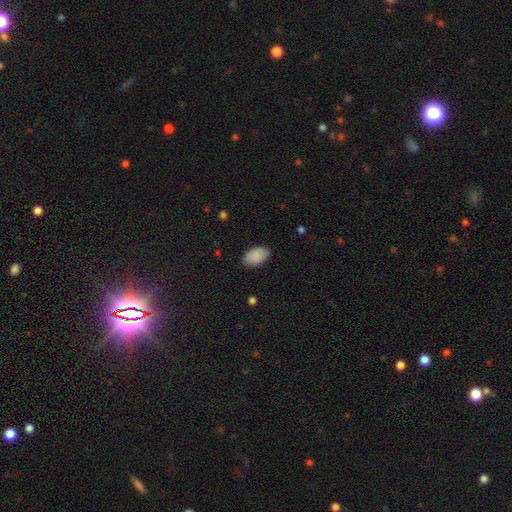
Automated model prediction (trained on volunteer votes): Smooth or featured?
  - smooth: 90% *
  - star or artifact: 7%
  - featured or disk: 4%
How rounded?
  - in between: 93% *
  - round: 6%
  - cigar-shaped: 1%
Merging?
  - none: 84% *
  - minor disturbance: 12%
  - major disturbance: 2%
  - merger: 1%